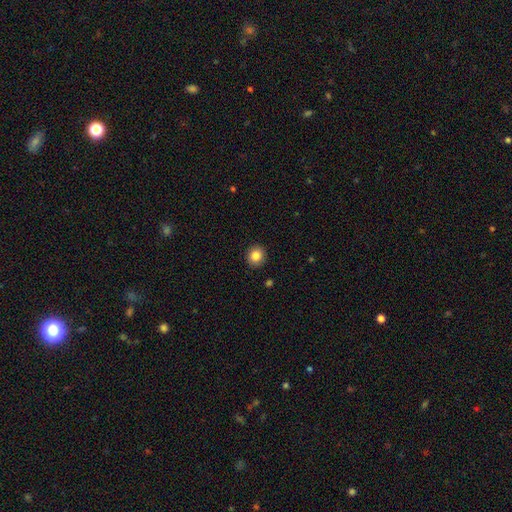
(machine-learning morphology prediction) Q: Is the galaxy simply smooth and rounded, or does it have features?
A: smooth — 85%.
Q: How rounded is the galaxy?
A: round — 86%.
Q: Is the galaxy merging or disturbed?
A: none — 91%.